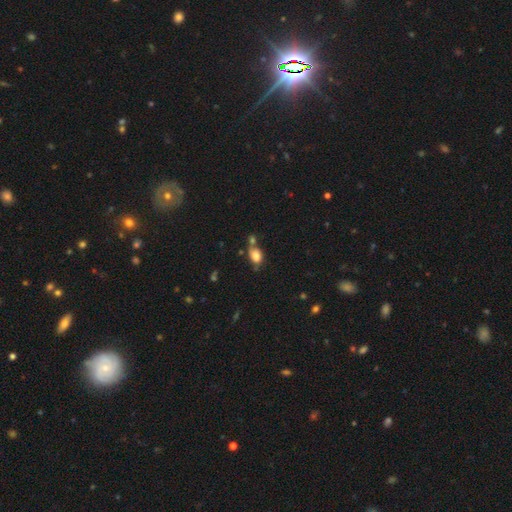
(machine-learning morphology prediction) The model was most divided on "merging": none: 50%, merger: 26%, minor disturbance: 18%, major disturbance: 6%. More confident: smooth or featured — smooth (82%); how rounded — in between (78%).